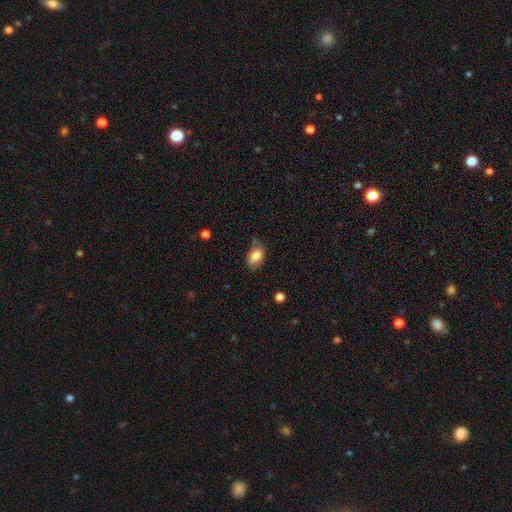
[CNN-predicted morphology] This is clearly a smooth galaxy (81%). How rounded: clearly in between (89%). Merging: likely none (62%).